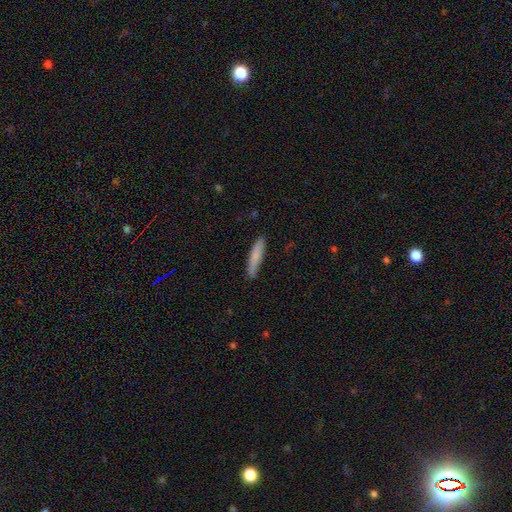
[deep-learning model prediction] Smooth or featured?
  - smooth: 78% *
  - featured or disk: 16%
  - star or artifact: 6%
How rounded?
  - cigar-shaped: 90% *
  - in between: 9%
  - round: 1%
Merging?
  - none: 86% *
  - minor disturbance: 11%
  - major disturbance: 2%
  - merger: 1%